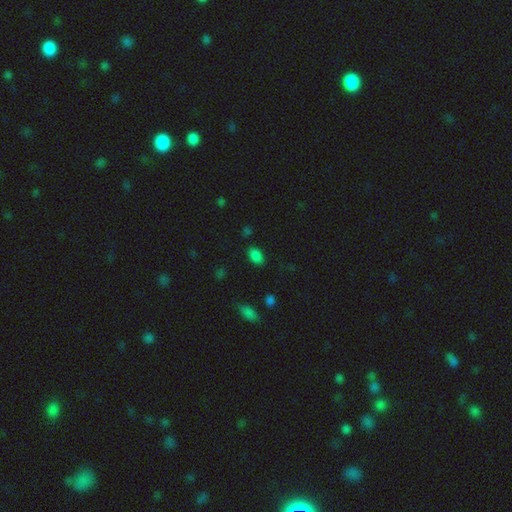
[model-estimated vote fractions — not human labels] Smooth or featured? smooth (82%)
How rounded? in between (90%)
Merging? none (83%)